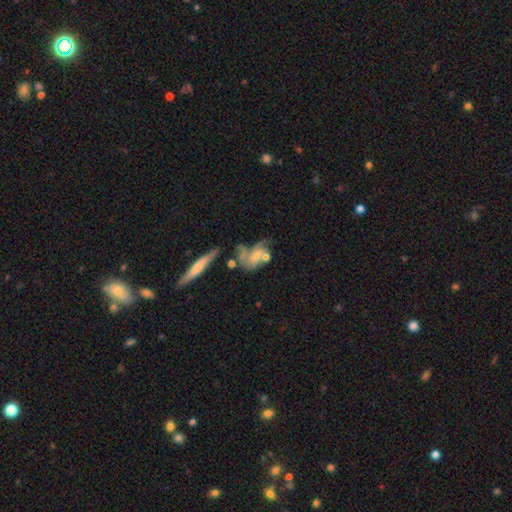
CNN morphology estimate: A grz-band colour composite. It shows a featured or disk galaxy (54%). Merging: merger (31%).